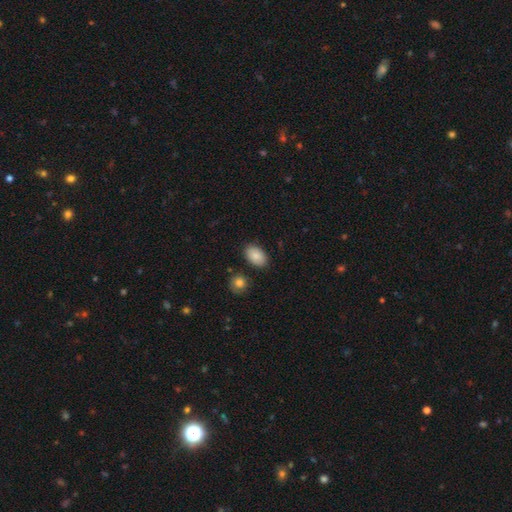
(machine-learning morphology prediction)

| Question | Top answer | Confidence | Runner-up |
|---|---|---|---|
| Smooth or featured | smooth | 87% | star or artifact (7%) |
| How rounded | in between | 92% | round (6%) |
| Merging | none | 85% | minor disturbance (10%) |